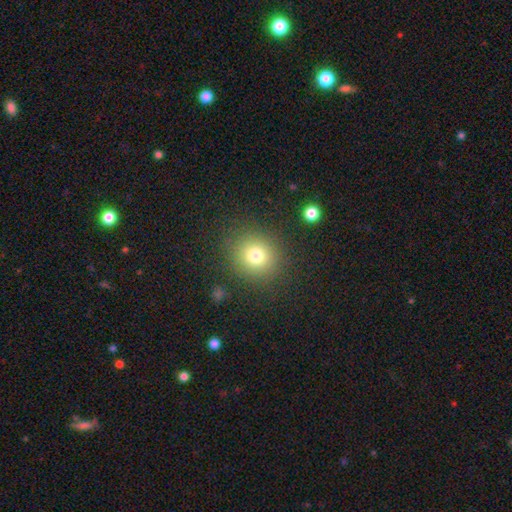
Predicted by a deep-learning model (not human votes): Overall: smooth (76%). How rounded: round (87%). Merging: none (87%).